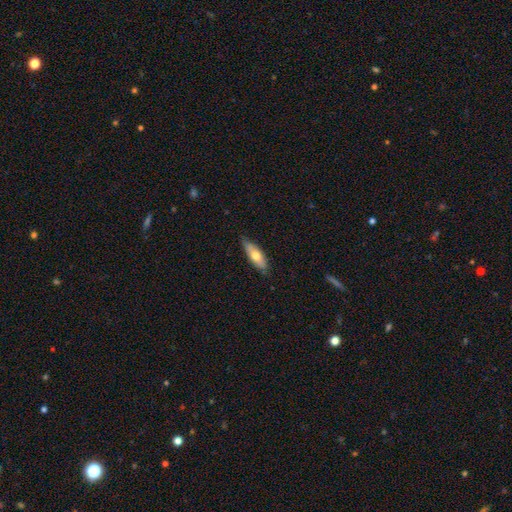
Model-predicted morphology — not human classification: This is likely a smooth galaxy (62%). How rounded: possibly in between (53%). Merging: clearly none (82%).